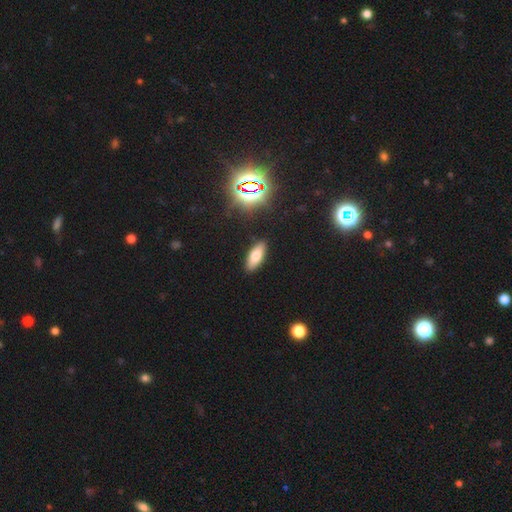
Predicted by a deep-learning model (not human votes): Q: Smooth or featured?
A: smooth (71%); runner-up: featured or disk (16%)
Q: How rounded?
A: in between (75%); runner-up: cigar-shaped (22%)
Q: Merging?
A: none (89%); runner-up: minor disturbance (8%)